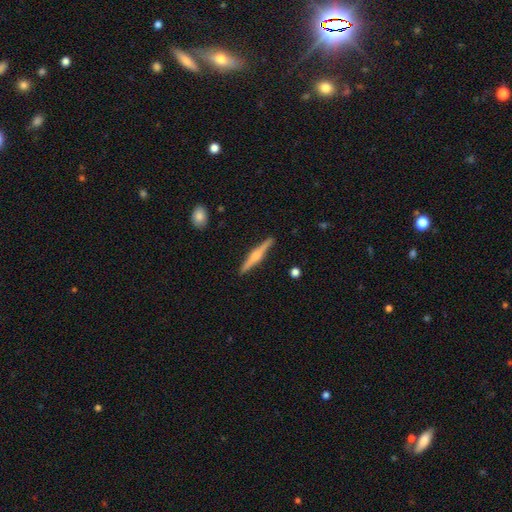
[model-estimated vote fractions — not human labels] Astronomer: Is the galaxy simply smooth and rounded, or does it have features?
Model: featured or disk — 68%.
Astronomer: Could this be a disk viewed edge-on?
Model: yes — 98%.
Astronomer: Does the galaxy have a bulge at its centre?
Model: rounded — 81%.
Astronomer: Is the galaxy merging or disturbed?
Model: none — 91%.